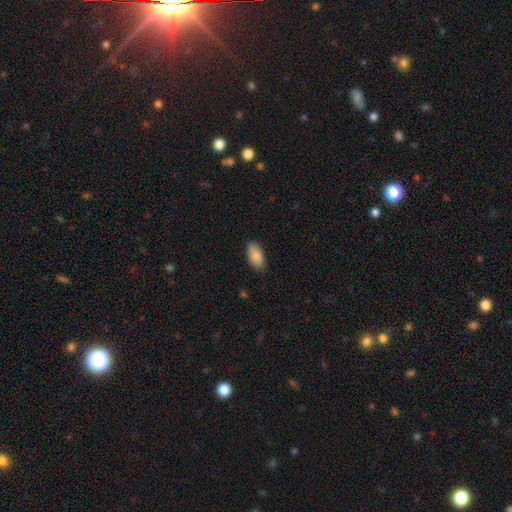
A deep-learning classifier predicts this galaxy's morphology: smooth 87%, featured or disk 7%, star or artifact 6%. Down the decision tree: how rounded — in between (93%); merging — none (85%).